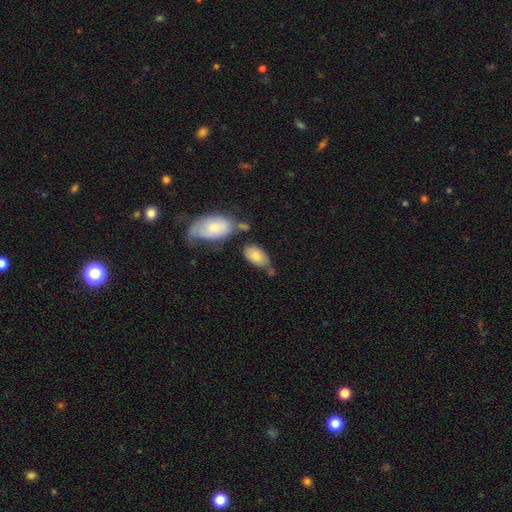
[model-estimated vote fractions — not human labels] Morphology: type=smooth (79%); roundness=in between (92%); merging=none (43%).